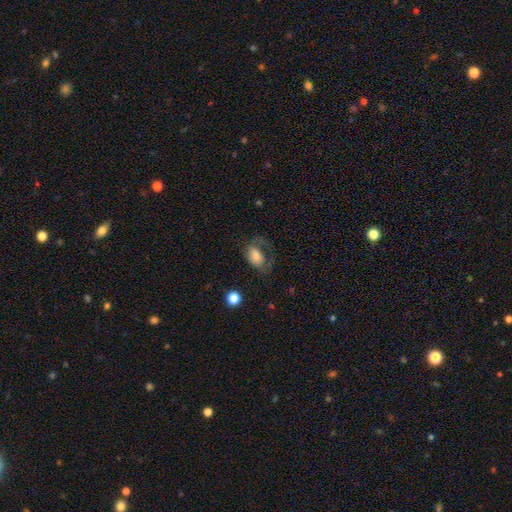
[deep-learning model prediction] Q: Smooth or featured?
A: smooth (70%); runner-up: featured or disk (20%)
Q: How rounded?
A: in between (84%); runner-up: round (15%)
Q: Merging?
A: major disturbance (38%); runner-up: none (37%)